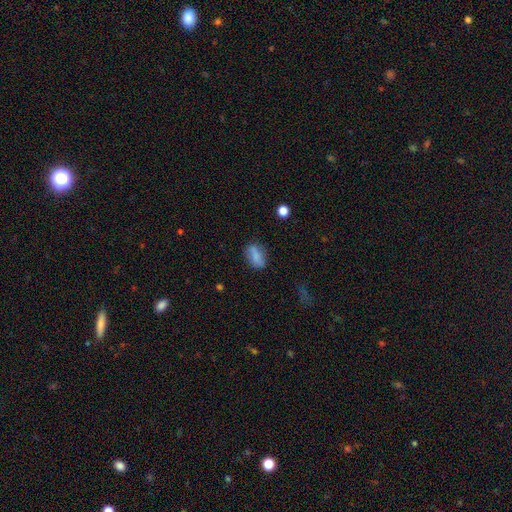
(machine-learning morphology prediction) A smooth galaxy with no disk features (77%) that is in between round and cigar-shaped (81%).

Vote fractions:
- Smooth or featured? smooth: 77% / featured or disk: 15% / star or artifact: 9%
- How rounded? in between: 81% / round: 10% / cigar-shaped: 9%
- Merging? none: 73% / minor disturbance: 19% / major disturbance: 6% / merger: 3%